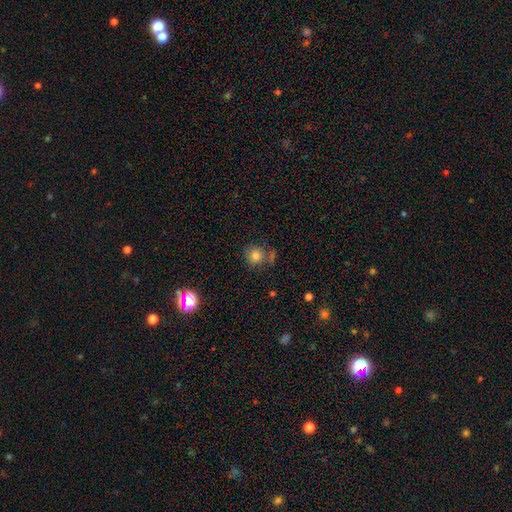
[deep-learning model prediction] Smooth or featured: smooth — 79% (star or artifact — 13%)
How rounded: round — 86% (in between — 13%)
Merging: none — 63% (merger — 16%)